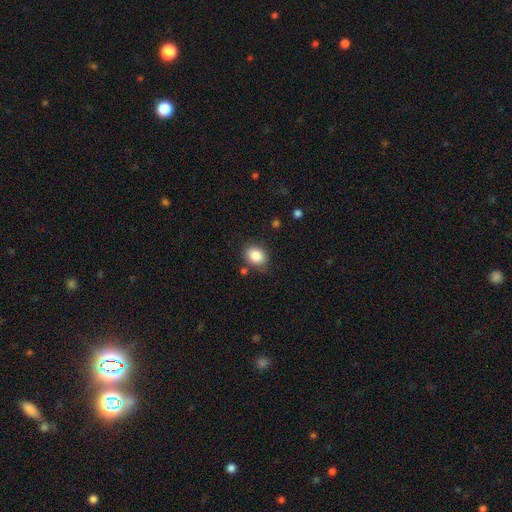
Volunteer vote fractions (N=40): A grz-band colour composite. It shows a smooth galaxy with no disk features (85%) that is round (53%). Merging: none (67%).